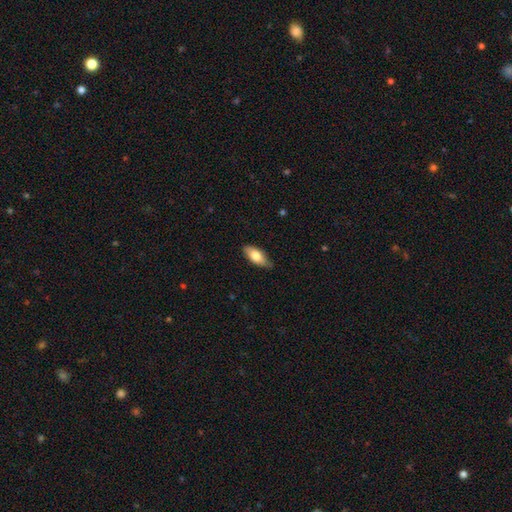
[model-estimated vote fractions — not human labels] Morphology: type=smooth (74%); roundness=in between (82%); merging=none (78%).